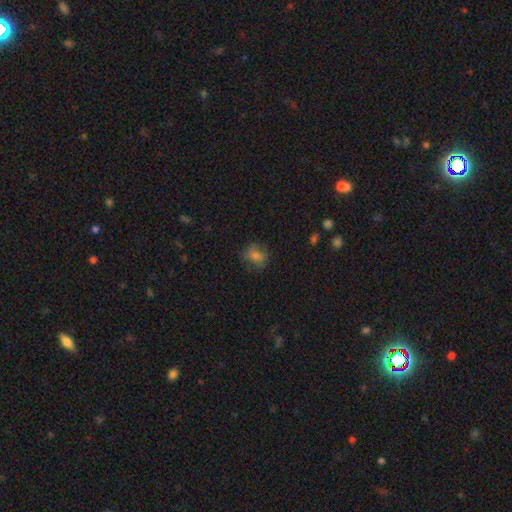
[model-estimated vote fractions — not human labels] Smooth or featured?
  - smooth: 66% *
  - featured or disk: 18%
  - star or artifact: 16%
How rounded?
  - round: 66% *
  - in between: 33%
  - cigar-shaped: 1%
Merging?
  - none: 71% *
  - minor disturbance: 19%
  - major disturbance: 8%
  - merger: 1%